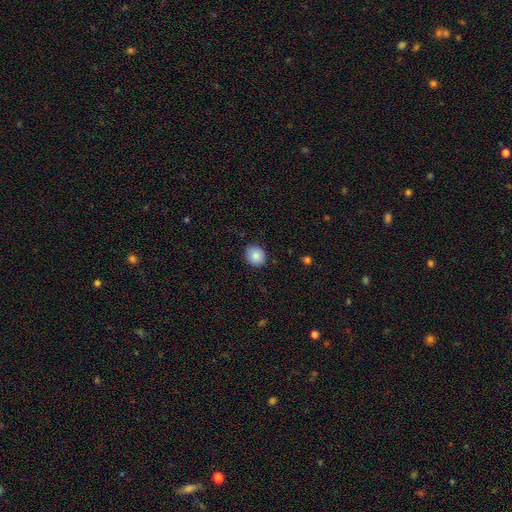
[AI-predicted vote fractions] Overall: smooth (88%). How rounded: round (70%). Merging: none (86%).